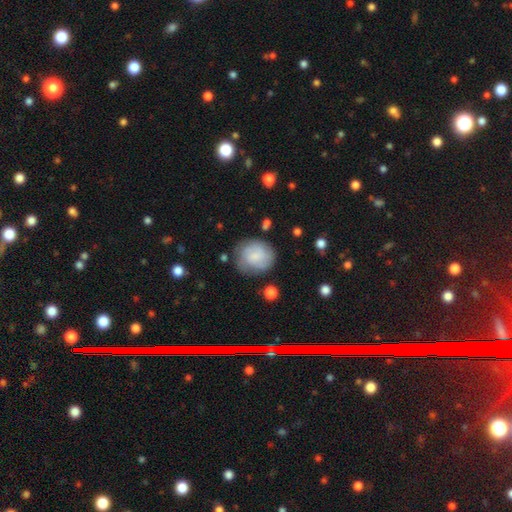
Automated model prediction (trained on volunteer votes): The model was most divided on "smooth or featured": smooth: 59%, featured or disk: 34%, star or artifact: 8%. More confident: how rounded — round (79%); merging — none (70%).